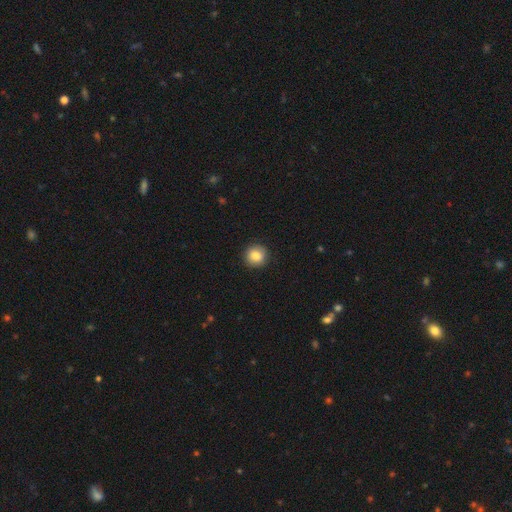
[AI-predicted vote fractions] The model was most divided on "smooth or featured": smooth: 84%, star or artifact: 9%, featured or disk: 7%. More confident: how rounded — round (92%); merging — none (90%).